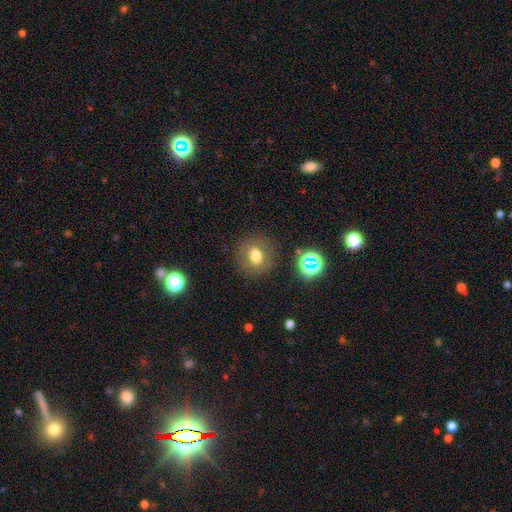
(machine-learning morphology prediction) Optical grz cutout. It shows a smooth galaxy with no disk features (71%) that is round (71%). Merging: none (84%).